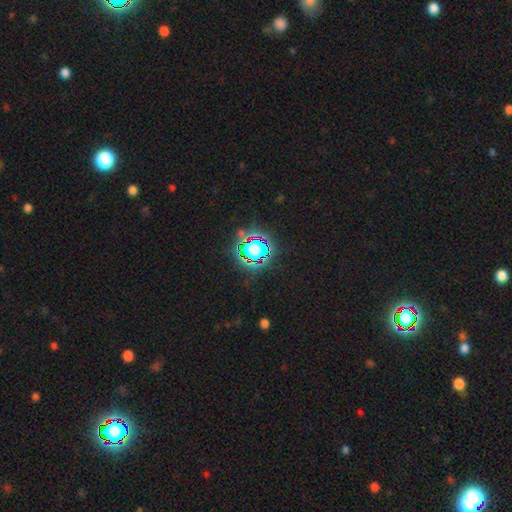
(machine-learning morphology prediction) Smooth or featured? star or artifact (74%)